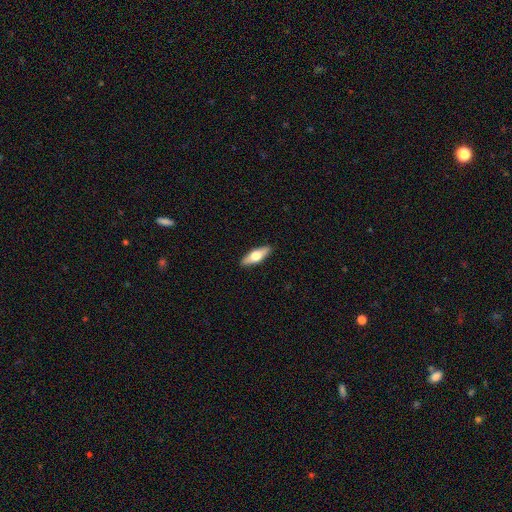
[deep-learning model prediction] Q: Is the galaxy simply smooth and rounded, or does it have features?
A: smooth — 56%.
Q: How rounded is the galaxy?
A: in between — 59%.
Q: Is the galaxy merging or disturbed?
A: none — 90%.